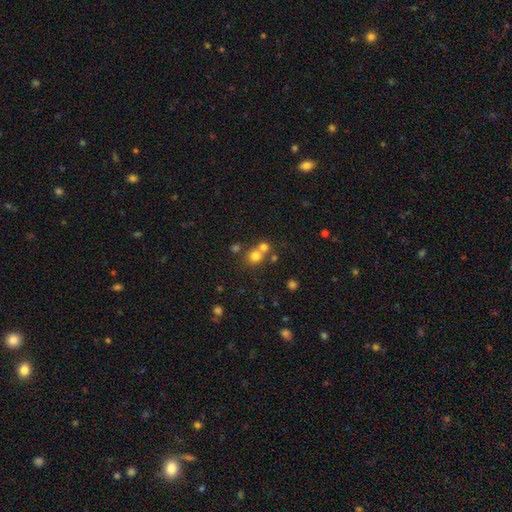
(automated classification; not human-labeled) A smooth galaxy with no disk features (74%) that is round (85%).

Vote fractions:
- Smooth or featured? smooth: 74% / star or artifact: 16% / featured or disk: 10%
- How rounded? round: 85% / in between: 14% / cigar-shaped: 1%
- Merging? none: 49% / merger: 42% / minor disturbance: 6% / major disturbance: 3%